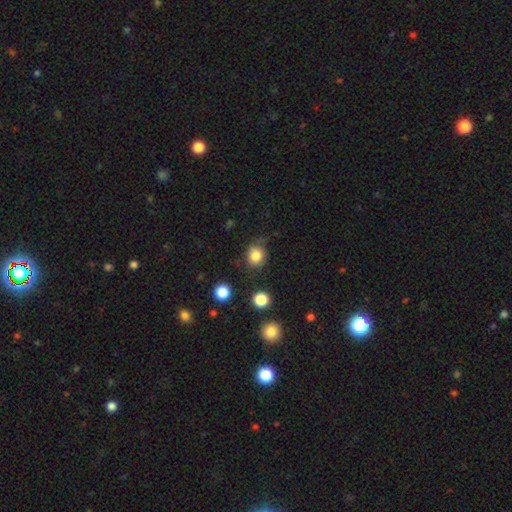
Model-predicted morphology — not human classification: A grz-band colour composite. It shows a smooth galaxy with no disk features (83%) that is round (77%). Merging: none (73%).